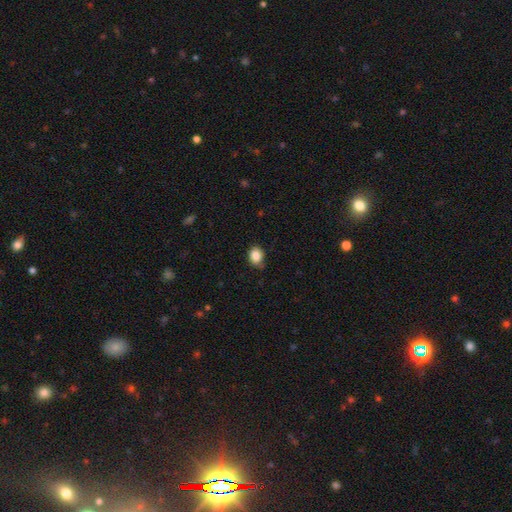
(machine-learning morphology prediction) Smooth or featured? smooth (86%)
How rounded? round (53%)
Merging? none (74%)